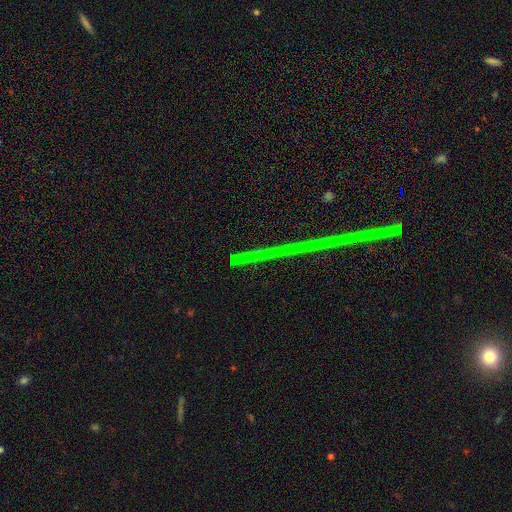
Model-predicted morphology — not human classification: Q: Smooth or featured?
A: star or artifact (80%); runner-up: featured or disk (12%)